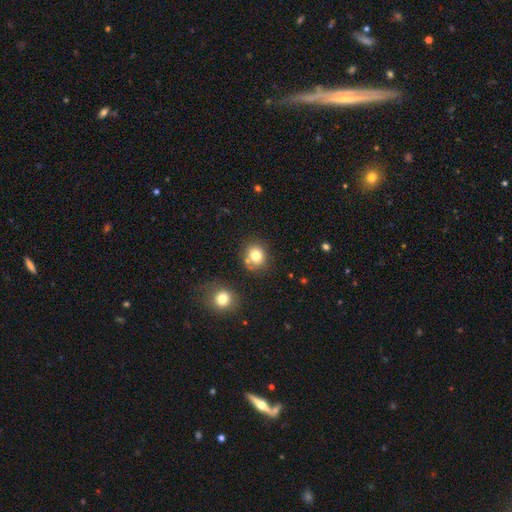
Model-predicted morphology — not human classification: This appears to be a smooth galaxy with no disk features (78%) that is round (78%). Merging: none (72%).